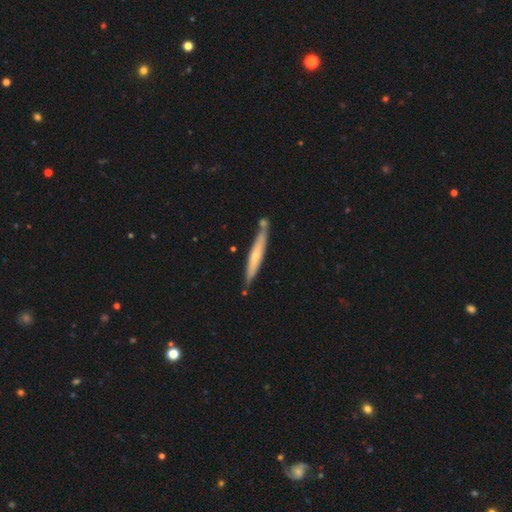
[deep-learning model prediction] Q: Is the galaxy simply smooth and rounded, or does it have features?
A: featured or disk — 49%.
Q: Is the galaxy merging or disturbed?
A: none — 73%.